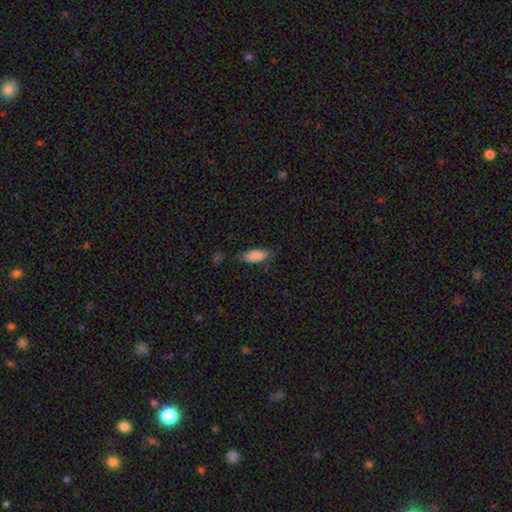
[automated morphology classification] This is clearly a smooth galaxy (84%). How rounded: clearly in between (83%). Merging: possibly none (59%).